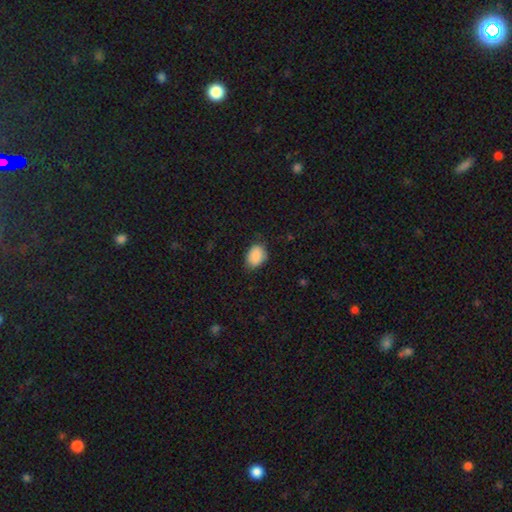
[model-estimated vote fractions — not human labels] smooth 89%, star or artifact 7%, featured or disk 4%. Down the decision tree: how rounded — in between (73%); merging — none (76%).